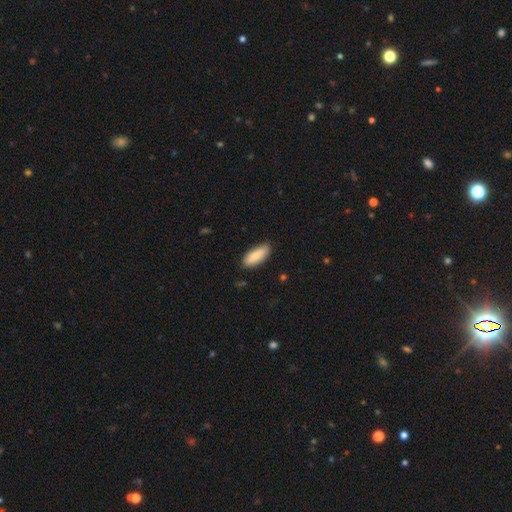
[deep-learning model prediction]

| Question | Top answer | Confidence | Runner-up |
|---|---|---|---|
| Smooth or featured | smooth | 82% | featured or disk (12%) |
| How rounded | in between | 75% | cigar-shaped (24%) |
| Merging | none | 85% | minor disturbance (12%) |